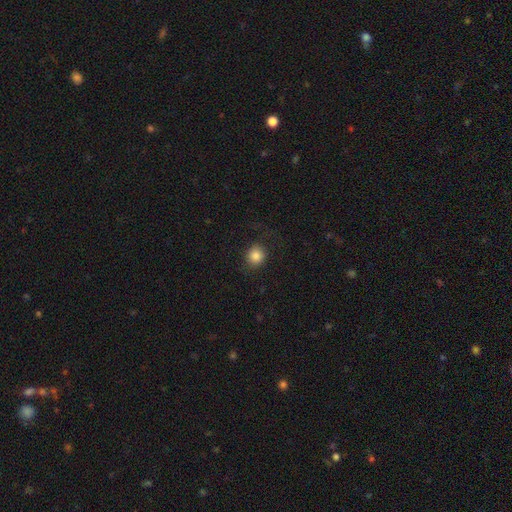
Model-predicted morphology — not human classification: Q: Smooth or featured?
A: smooth (84%); runner-up: star or artifact (10%)
Q: How rounded?
A: round (85%); runner-up: in between (14%)
Q: Merging?
A: none (83%); runner-up: minor disturbance (11%)